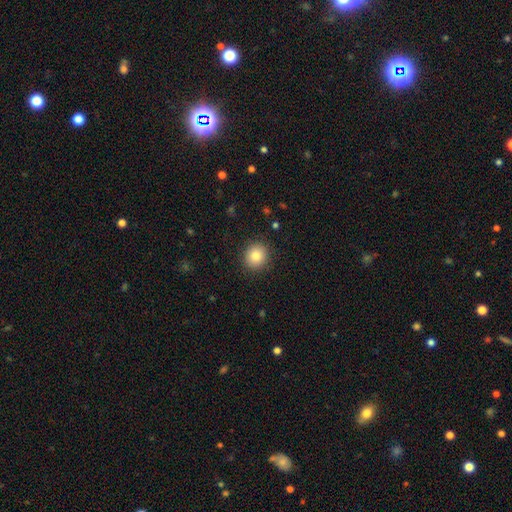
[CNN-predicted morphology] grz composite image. It shows a smooth galaxy with no disk features (84%) that is round (84%). Merging: none (90%).